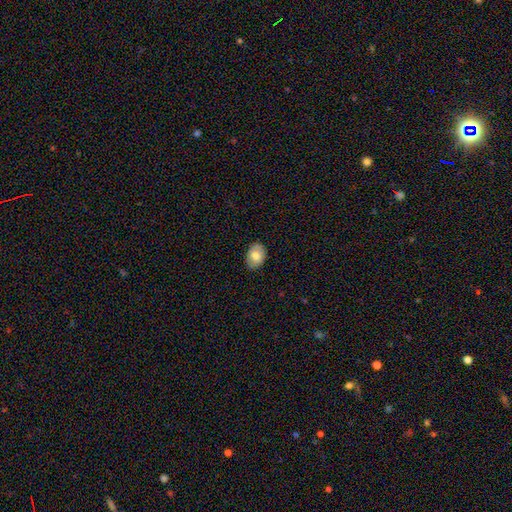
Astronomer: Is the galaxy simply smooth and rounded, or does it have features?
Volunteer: smooth — 72%.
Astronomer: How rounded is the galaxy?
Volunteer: in between — 64%.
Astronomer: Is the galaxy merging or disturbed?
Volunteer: none — 86%.